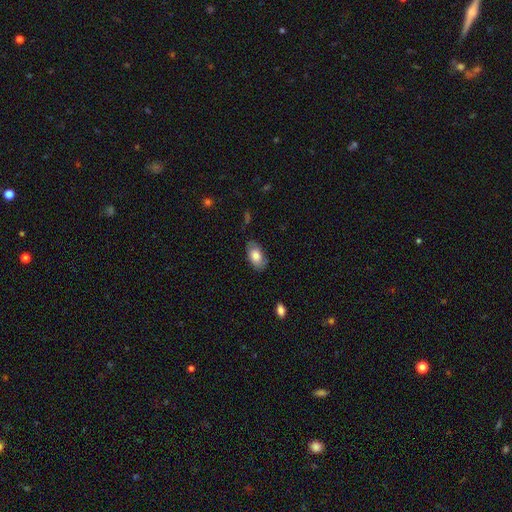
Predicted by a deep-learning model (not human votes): smooth_or_featured: smooth (p=0.77) [alt: featured or disk p=0.16]
how_rounded: in between (p=0.93) [alt: round p=0.05]
merging: none (p=0.79) [alt: minor disturbance p=0.17]